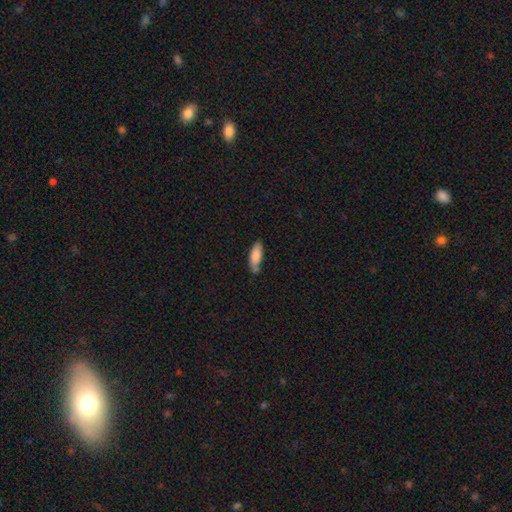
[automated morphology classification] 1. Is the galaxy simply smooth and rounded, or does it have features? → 83% smooth, 10% featured or disk, 6% star or artifact.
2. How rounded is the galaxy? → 63% in between, 35% cigar-shaped, 2% round.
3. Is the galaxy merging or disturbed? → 62% none, 27% minor disturbance, 6% merger, 5% major disturbance.